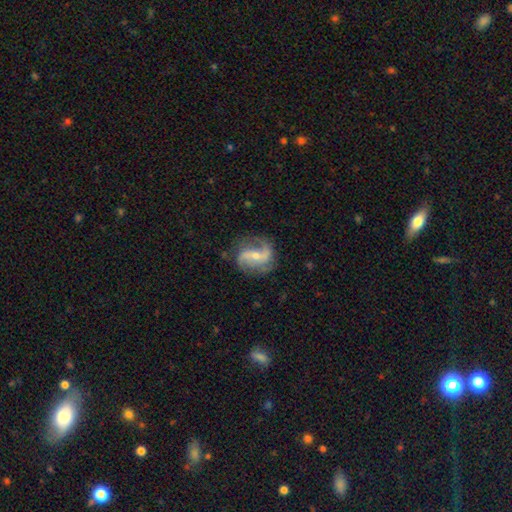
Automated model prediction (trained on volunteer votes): Overall: featured or disk (86%). Edge-on disk: no (97%). Bar: weak (41%; no 30%). Spiral arms: yes (96%). Spiral arm count: 2 (72%). Spiral winding: loose (47%; medium 40%). Bulge size: small (57%; moderate 38%). Merging: none (73%).